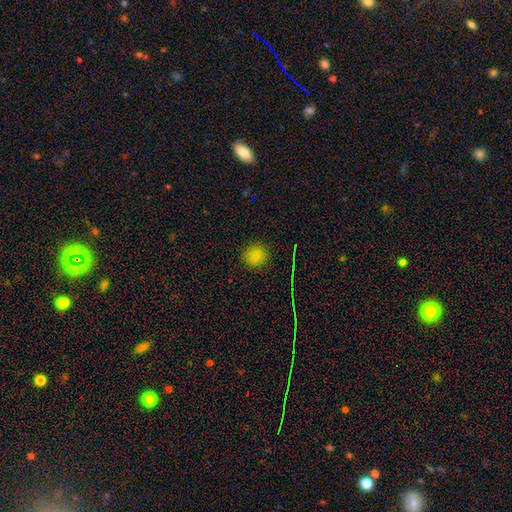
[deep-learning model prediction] smooth-or-featured: smooth: 79% | star or artifact: 17% | featured or disk: 4%
  how-rounded: round: 88% | in between: 11% | cigar-shaped: 1%
  merging: none: 88% | minor disturbance: 8% | major disturbance: 2% | merger: 1%